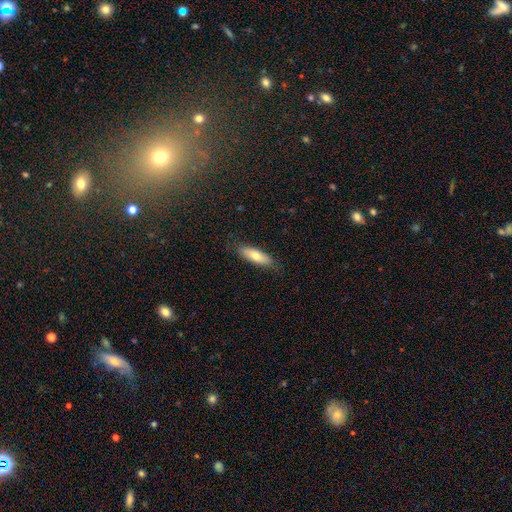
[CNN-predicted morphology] Smooth or featured? smooth (72%)
How rounded? in between (54%)
Merging? none (84%)